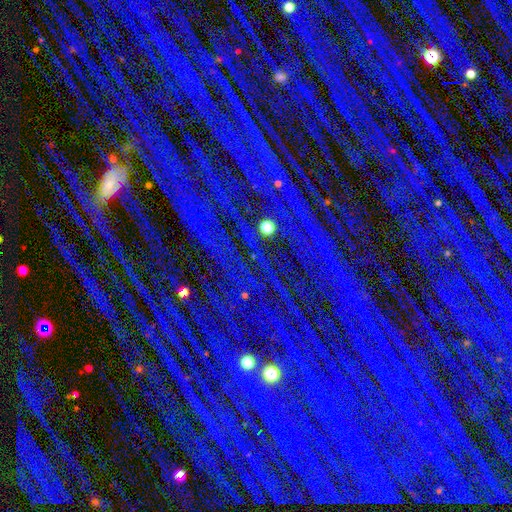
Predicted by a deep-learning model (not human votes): smooth-or-featured: star or artifact: 86% | featured or disk: 7% | smooth: 6%